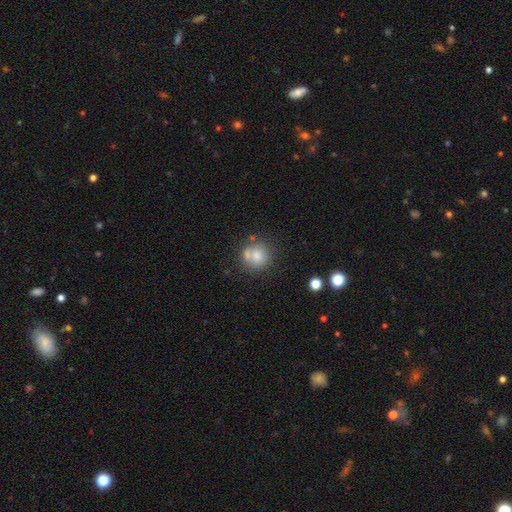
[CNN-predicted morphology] Overall: smooth (75%). How rounded: round (89%). Merging: none (59%; merger 21%).